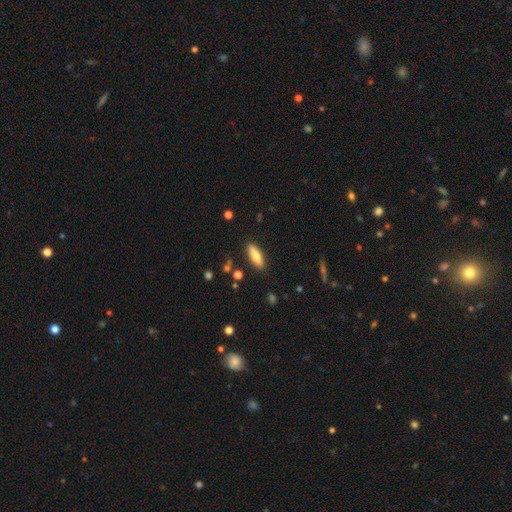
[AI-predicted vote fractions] Smooth or featured: smooth — 69% (featured or disk — 24%)
How rounded: cigar-shaped — 49% (tied with in between — 49%)
Merging: none — 87% (minor disturbance — 9%)